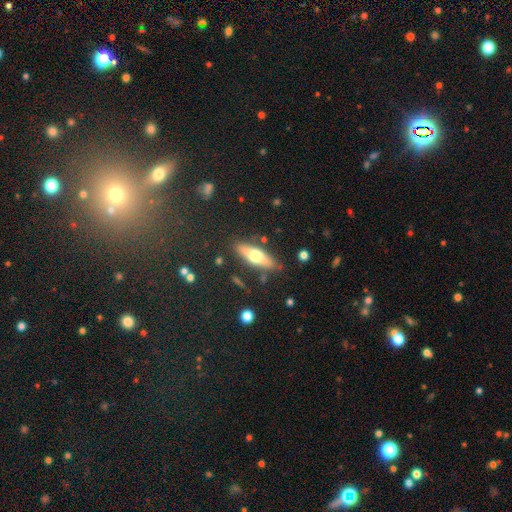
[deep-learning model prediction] The model was most divided on "smooth or featured": smooth: 50%, featured or disk: 43%, star or artifact: 7%. More confident: merging — none (82%).